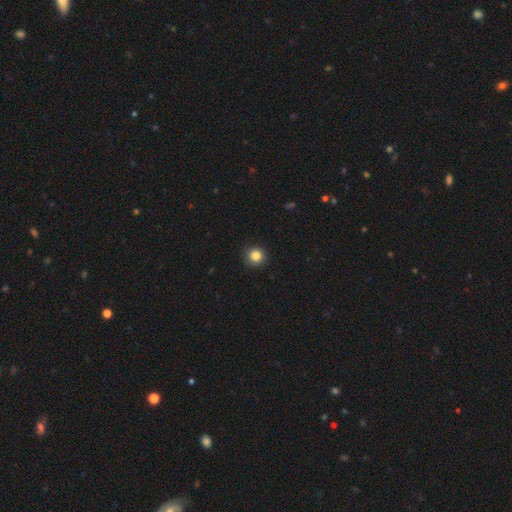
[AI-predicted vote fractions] smooth-or-featured: smooth: 84% | star or artifact: 11% | featured or disk: 5%
  how-rounded: round: 95% | in between: 4% | cigar-shaped: 1%
  merging: none: 92% | minor disturbance: 5% | major disturbance: 2% | merger: 1%